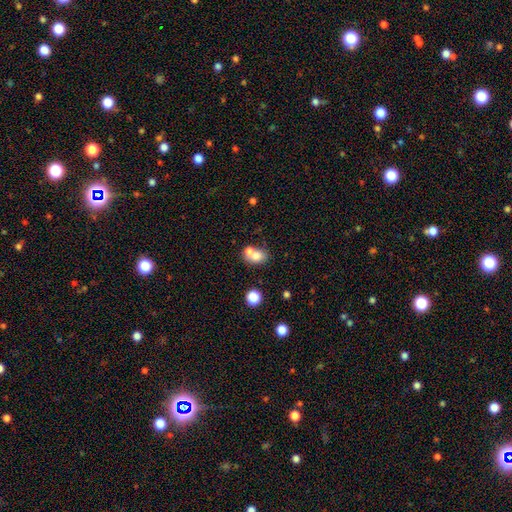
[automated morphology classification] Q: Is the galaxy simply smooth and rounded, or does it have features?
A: smooth — 73%.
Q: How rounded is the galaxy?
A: in between — 57%.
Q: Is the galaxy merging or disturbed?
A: merger — 56%.